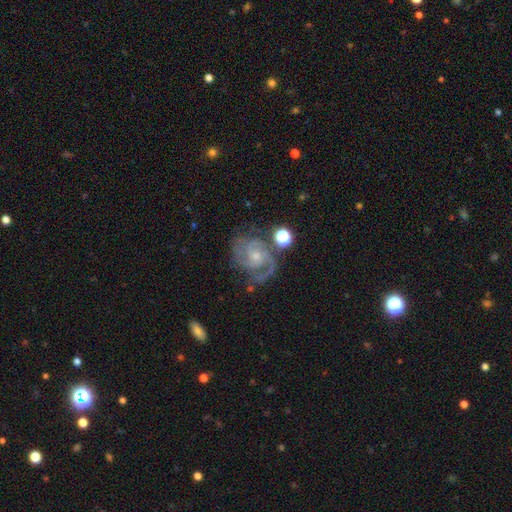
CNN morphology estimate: This appears to be a featured or disk galaxy (88%) with no bar (57%), 2 (59%) medium (49%) spiral arms (98%) and a small central bulge (56%). Merging: none (61%).